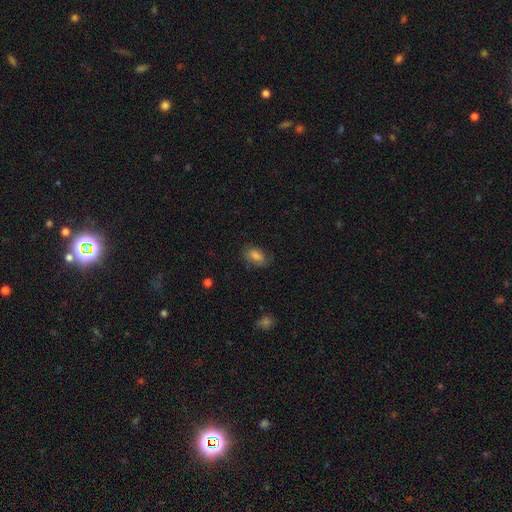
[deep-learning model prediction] The model was most divided on "merging": none: 75%, minor disturbance: 19%, major disturbance: 5%, merger: 1%. More confident: how rounded — in between (87%); smooth or featured — smooth (75%).